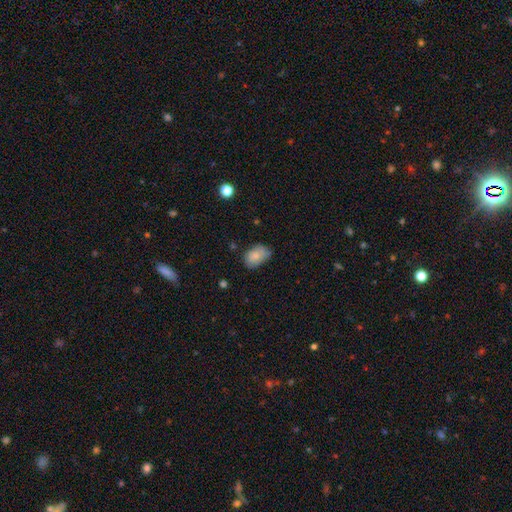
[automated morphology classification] Smooth or featured? Predicted: smooth (p=0.81). How rounded? Predicted: in between (p=0.86). Merging? Predicted: none (p=0.58).